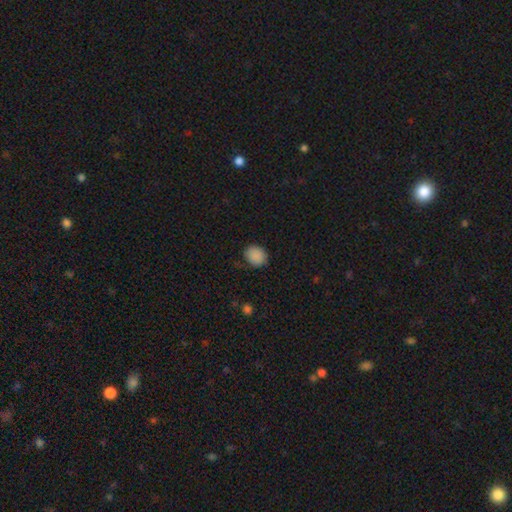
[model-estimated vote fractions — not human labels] Morphology: type=smooth (88%); roundness=round (67%); merging=none (81%).